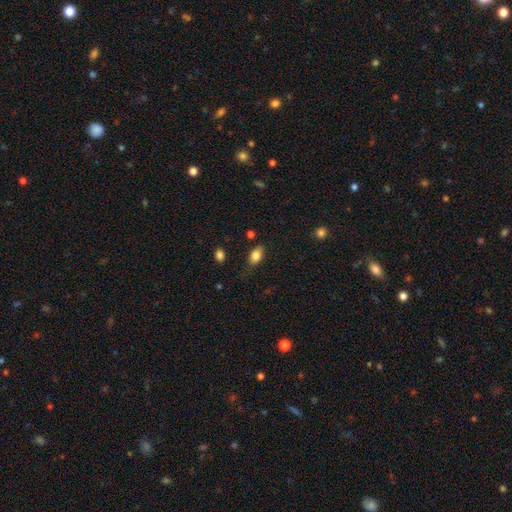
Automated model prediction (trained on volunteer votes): Smooth or featured?
  - smooth: 82% *
  - featured or disk: 10%
  - star or artifact: 8%
How rounded?
  - in between: 88% *
  - round: 9%
  - cigar-shaped: 4%
Merging?
  - none: 72% *
  - minor disturbance: 20%
  - major disturbance: 5%
  - merger: 2%